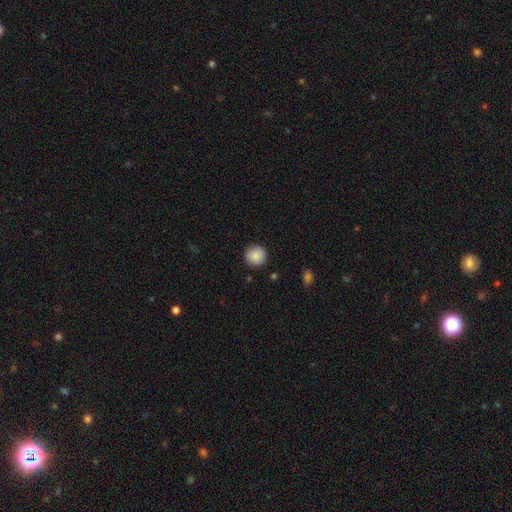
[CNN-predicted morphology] A smooth galaxy with no disk features (87%) that is round (95%).

Vote fractions:
- Smooth or featured? smooth: 87% / star or artifact: 8% / featured or disk: 6%
- How rounded? round: 95% / in between: 4% / cigar-shaped: 1%
- Merging? none: 90% / minor disturbance: 7% / major disturbance: 2% / merger: 1%